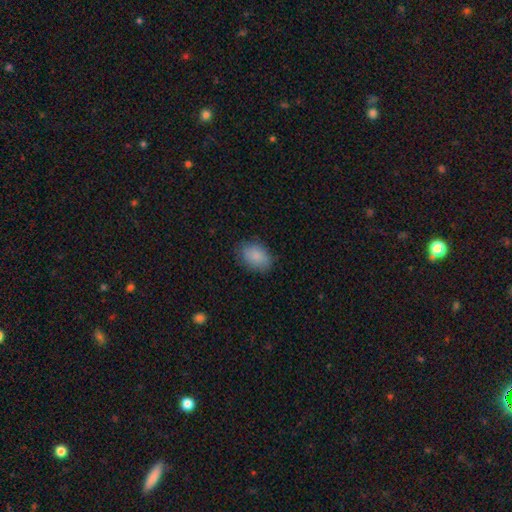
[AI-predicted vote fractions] Smooth or featured? Predicted: smooth (p=0.87). How rounded? Predicted: in between (p=0.76). Merging? Predicted: none (p=0.80).